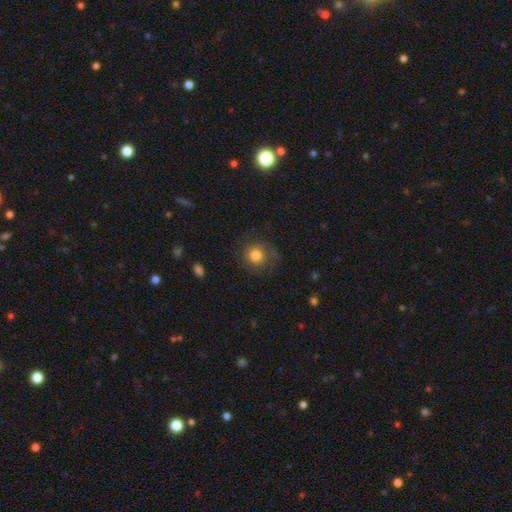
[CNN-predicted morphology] type=smooth (74%); roundness=round (87%); merging=none (70%).